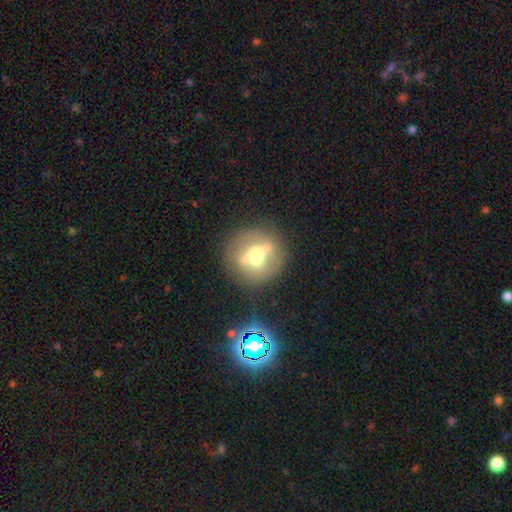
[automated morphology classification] Smooth or featured: featured or disk — 58% (smooth — 30%)
Edge-on disk: no — 58% (yes — 42%)
Merging: none — 78% (minor disturbance — 13%)